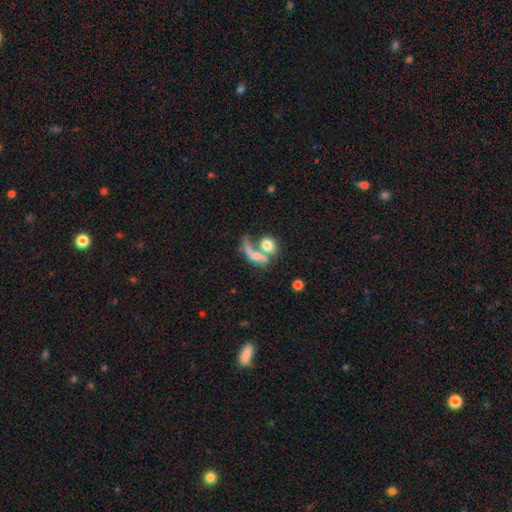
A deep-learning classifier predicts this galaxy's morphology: smooth_or_featured: smooth (p=0.53) [alt: featured or disk p=0.37]
how_rounded: in between (p=0.59) [alt: round p=0.24]
merging: merger (p=0.59) [alt: none p=0.17]